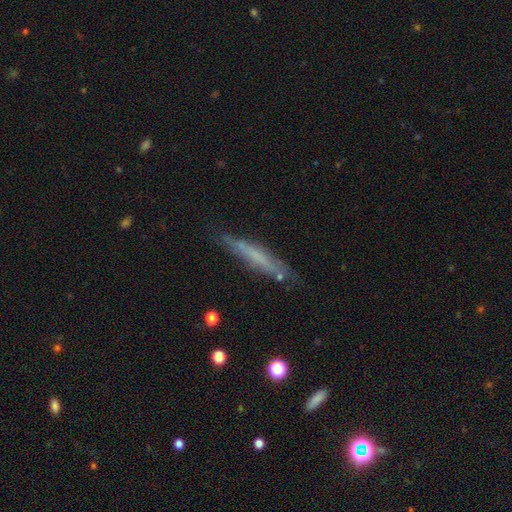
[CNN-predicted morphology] Smooth or featured? smooth (48%)
Merging? none (75%)